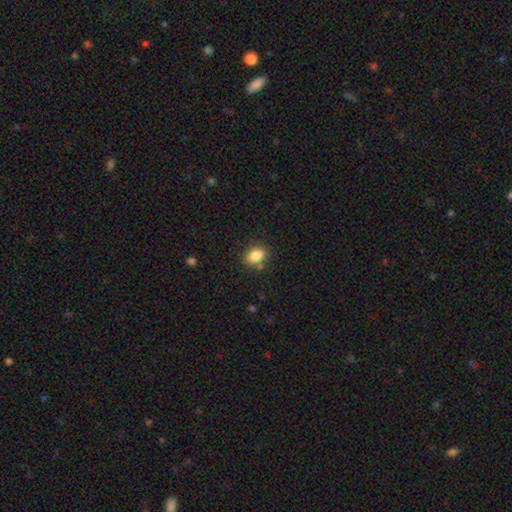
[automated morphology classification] Overall: smooth (85%). How rounded: in between (82%). Merging: none (79%).